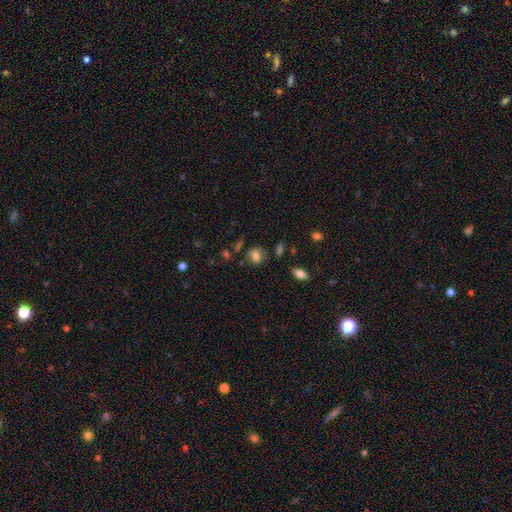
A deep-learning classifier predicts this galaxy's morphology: Smooth or featured? Predicted: smooth (p=0.75). How rounded? Predicted: in between (p=0.54). Merging? Predicted: none (p=0.69).